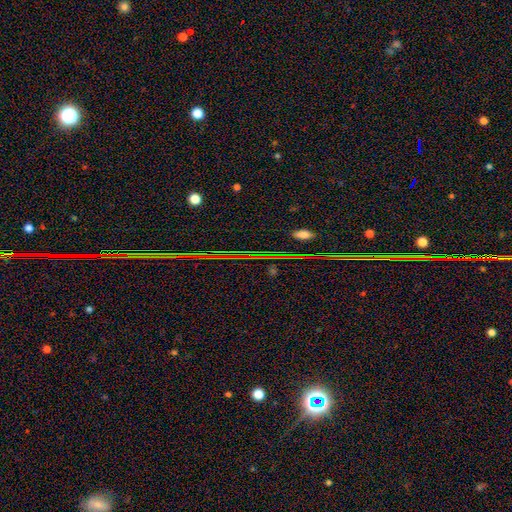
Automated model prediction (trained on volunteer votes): Morphology: type=star or artifact (84%).